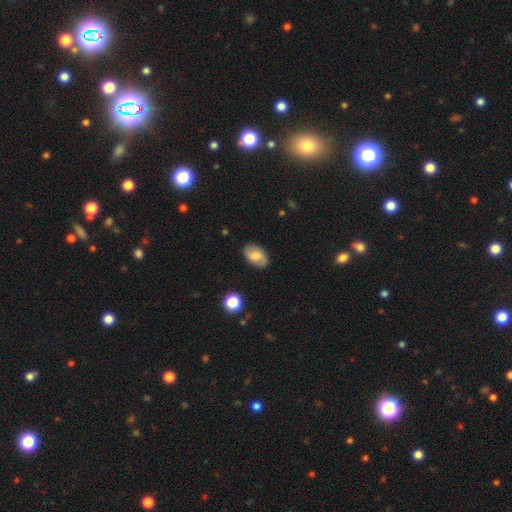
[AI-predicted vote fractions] Smooth or featured? Predicted: smooth (p=0.68). How rounded? Predicted: in between (p=0.90). Merging? Predicted: none (p=0.82).